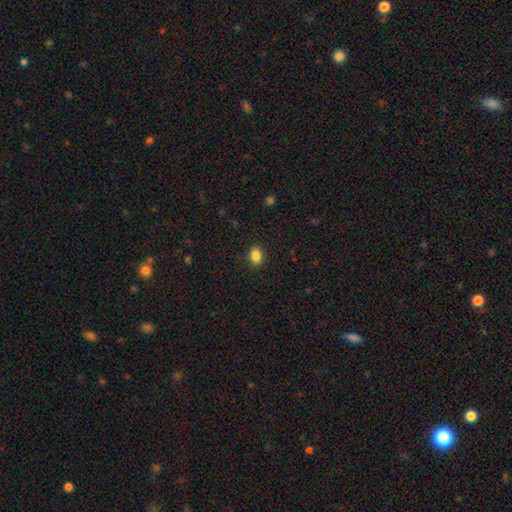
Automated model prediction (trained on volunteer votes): This is clearly a smooth galaxy (85%). How rounded: likely in between (60%). Merging: clearly none (89%).